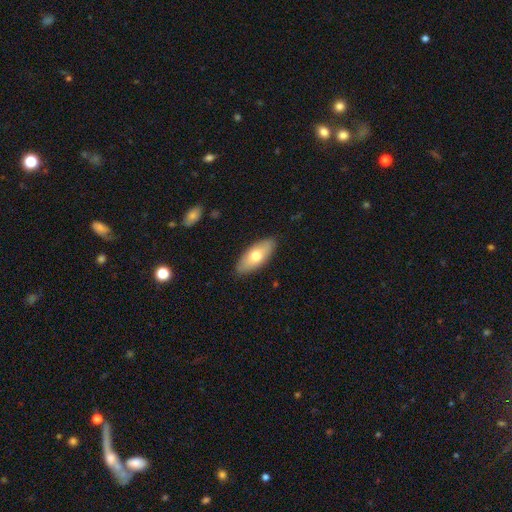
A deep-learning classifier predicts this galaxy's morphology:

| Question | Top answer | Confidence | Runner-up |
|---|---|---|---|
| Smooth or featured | smooth | 68% | featured or disk (27%) |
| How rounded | in between | 84% | cigar-shaped (13%) |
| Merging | none | 87% | minor disturbance (10%) |